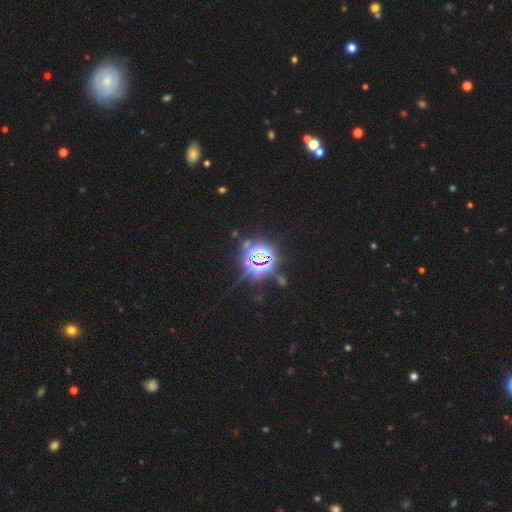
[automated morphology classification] This appears to be a star or artifact, not a galaxy (82%).